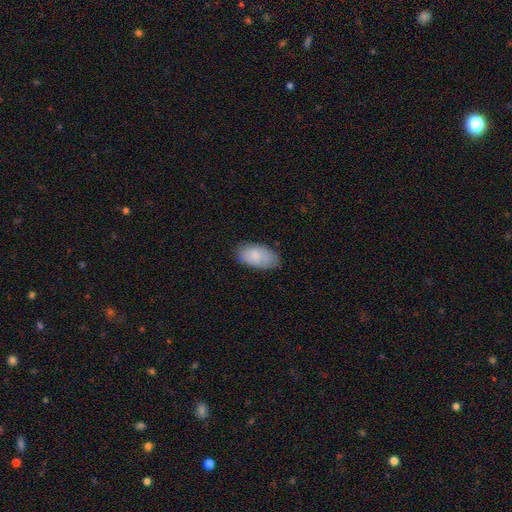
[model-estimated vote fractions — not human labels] A smooth galaxy with no disk features (83%) that is in between round and cigar-shaped (95%). Merging: none (74%).